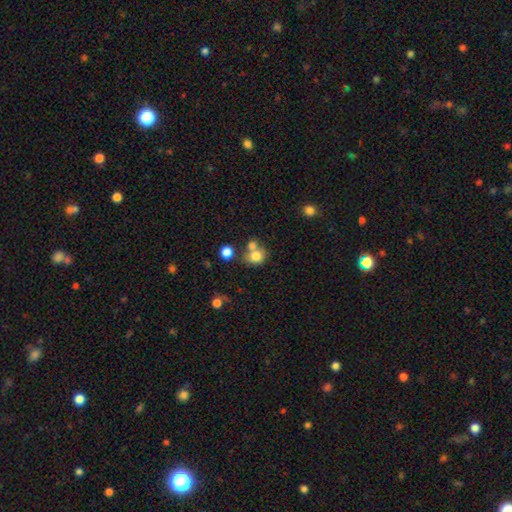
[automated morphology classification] Q: Smooth or featured?
A: smooth (76%); runner-up: star or artifact (12%)
Q: How rounded?
A: round (72%); runner-up: in between (27%)
Q: Merging?
A: none (45%); runner-up: merger (39%)